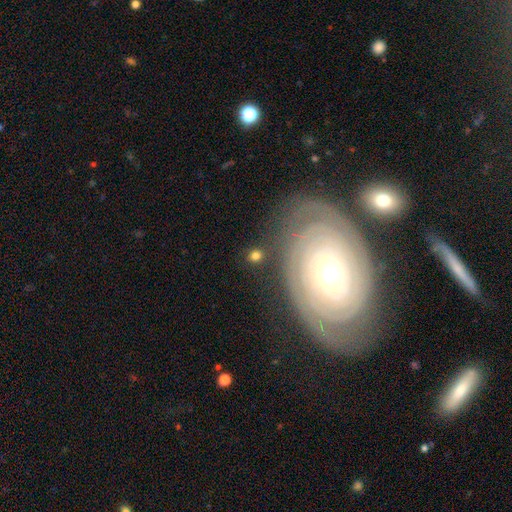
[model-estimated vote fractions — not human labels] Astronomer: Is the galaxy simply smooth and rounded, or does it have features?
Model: smooth — 73%.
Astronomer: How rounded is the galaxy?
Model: round — 74%.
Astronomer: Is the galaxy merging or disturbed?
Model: none — 82%.